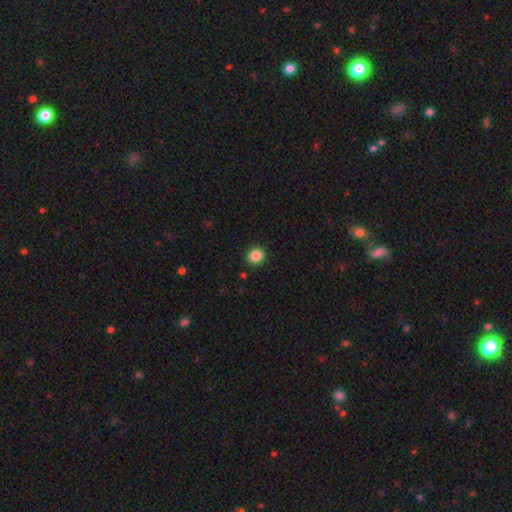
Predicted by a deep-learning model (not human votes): Overall: smooth (87%). How rounded: round (86%). Merging: none (92%).